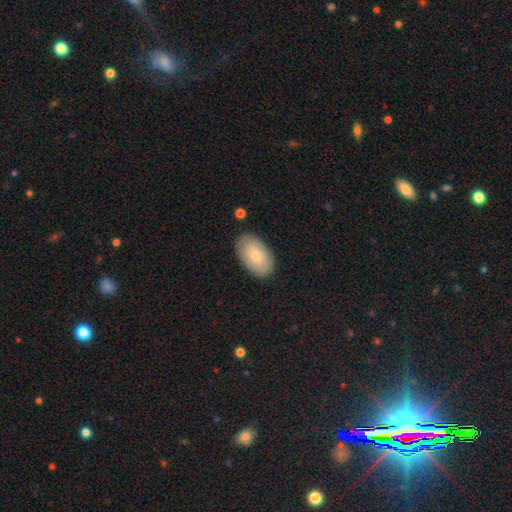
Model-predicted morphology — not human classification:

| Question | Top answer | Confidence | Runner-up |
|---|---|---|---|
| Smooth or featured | smooth | 77% | featured or disk (17%) |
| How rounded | in between | 94% | round (5%) |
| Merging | none | 85% | minor disturbance (11%) |